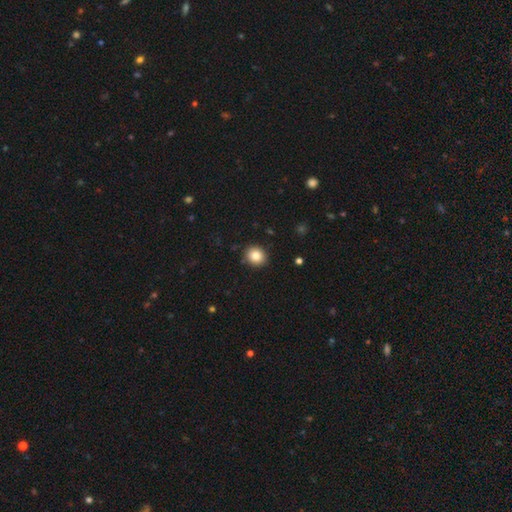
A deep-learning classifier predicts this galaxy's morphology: type=smooth (83%); roundness=round (77%); merging=none (90%).